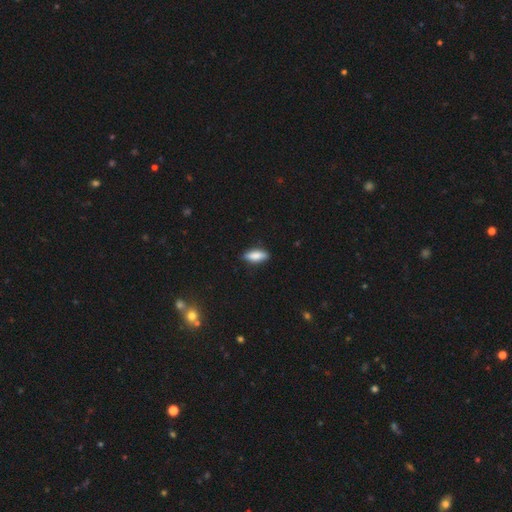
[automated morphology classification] Smooth or featured: smooth — 82% (featured or disk — 12%)
How rounded: in between — 70% (cigar-shaped — 28%)
Merging: none — 86% (minor disturbance — 11%)